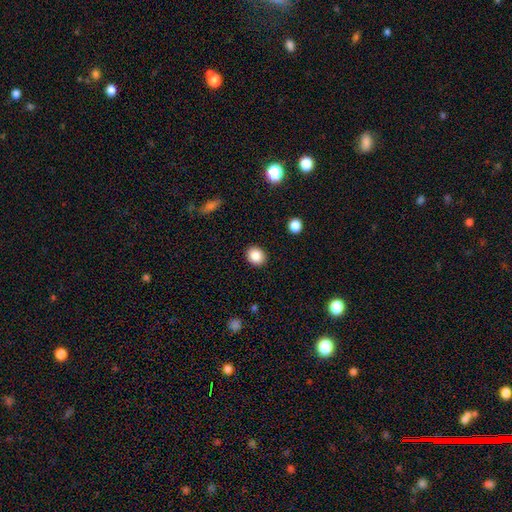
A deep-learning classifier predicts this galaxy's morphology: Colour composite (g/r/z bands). It shows a smooth galaxy with no disk features (86%) that is round (60%). Merging: none (90%).